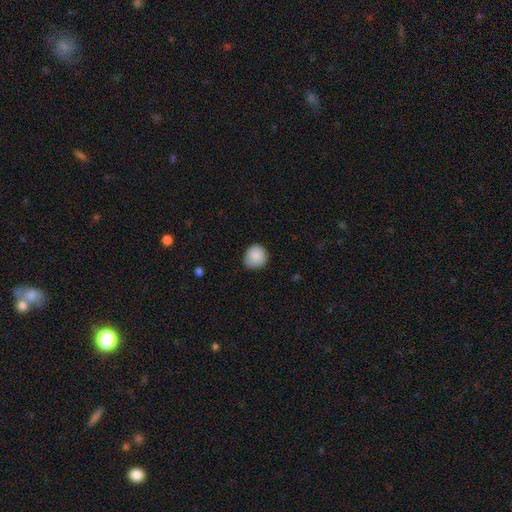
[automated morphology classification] Smooth or featured?
  - smooth: 88% *
  - star or artifact: 8%
  - featured or disk: 4%
How rounded?
  - round: 88% *
  - in between: 11%
  - cigar-shaped: 1%
Merging?
  - none: 78% *
  - minor disturbance: 18%
  - major disturbance: 3%
  - merger: 1%